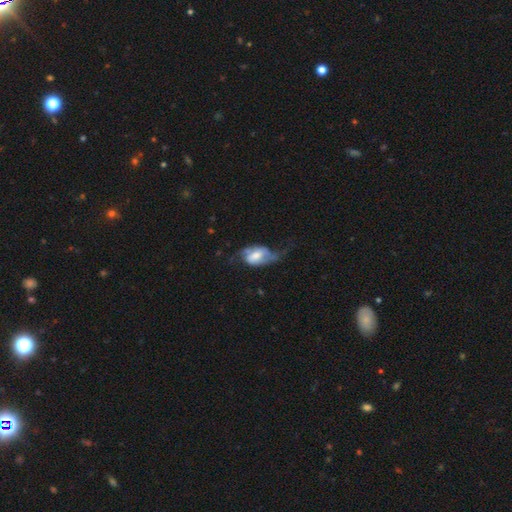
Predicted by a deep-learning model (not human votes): This appears to be a featured or disk galaxy (66%) with a weak bar (43%), 2 (83%) loose (60%) spiral arms (84%) and a moderate central bulge (41%). Merging: none (41%).